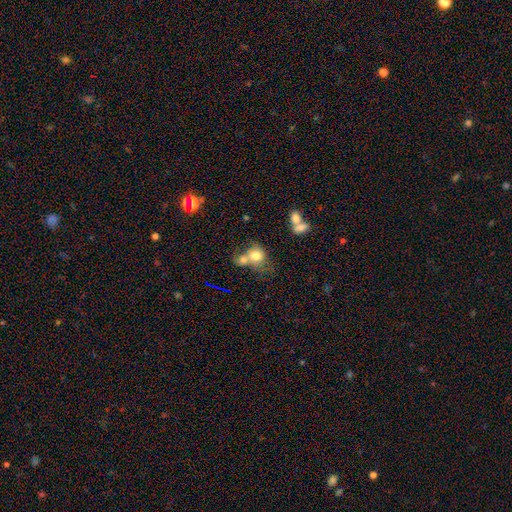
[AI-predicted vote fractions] Smooth or featured?
  - smooth: 76% *
  - featured or disk: 14%
  - star or artifact: 11%
How rounded?
  - round: 66% *
  - in between: 33%
  - cigar-shaped: 1%
Merging?
  - merger: 52% *
  - none: 30%
  - minor disturbance: 11%
  - major disturbance: 7%